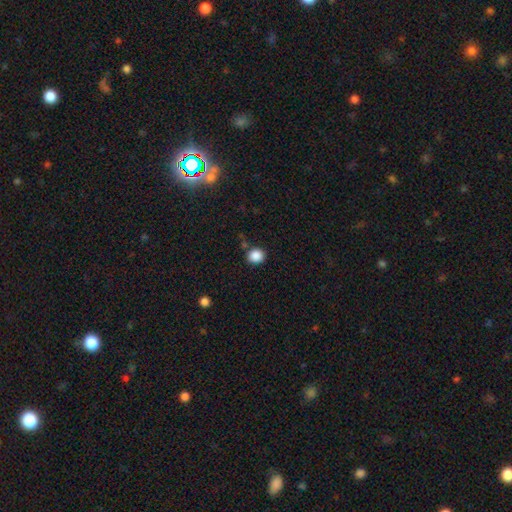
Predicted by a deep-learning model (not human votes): Morphology: type=smooth (87%); roundness=round (78%); merging=none (82%).